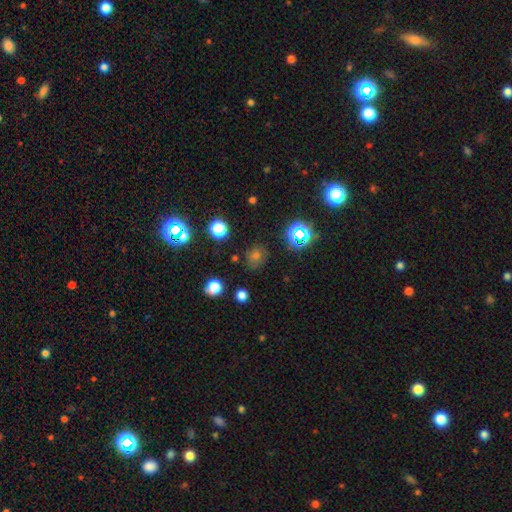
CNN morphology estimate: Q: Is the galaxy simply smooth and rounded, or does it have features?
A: smooth — 58%.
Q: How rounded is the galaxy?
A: round — 79%.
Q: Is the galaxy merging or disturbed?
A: none — 81%.